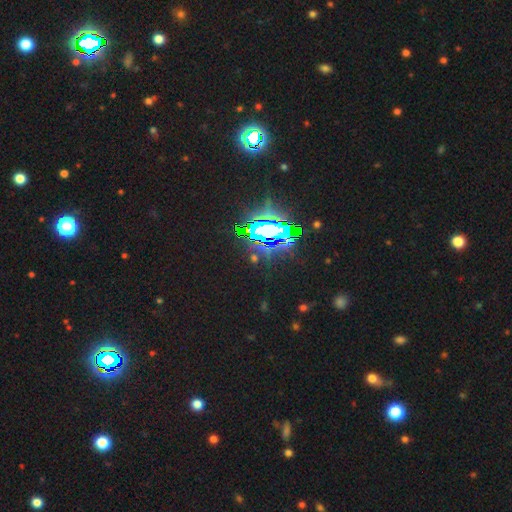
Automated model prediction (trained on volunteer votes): Smooth or featured: star or artifact — 81% (smooth — 11%)